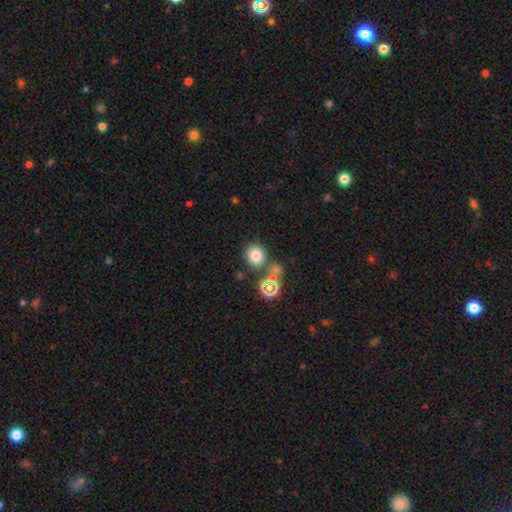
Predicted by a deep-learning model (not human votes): The model was most divided on "merging": none: 70%, merger: 16%, minor disturbance: 10%, major disturbance: 4%. More confident: how rounded — round (79%); smooth or featured — smooth (76%).